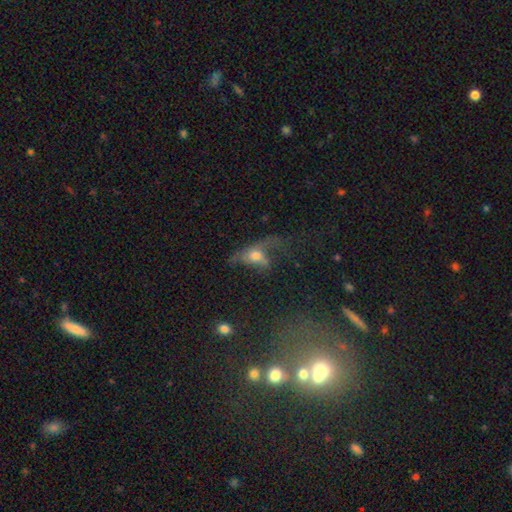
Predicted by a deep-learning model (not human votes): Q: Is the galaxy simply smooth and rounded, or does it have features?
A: smooth — 44%.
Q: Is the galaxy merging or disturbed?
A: major disturbance — 54%.